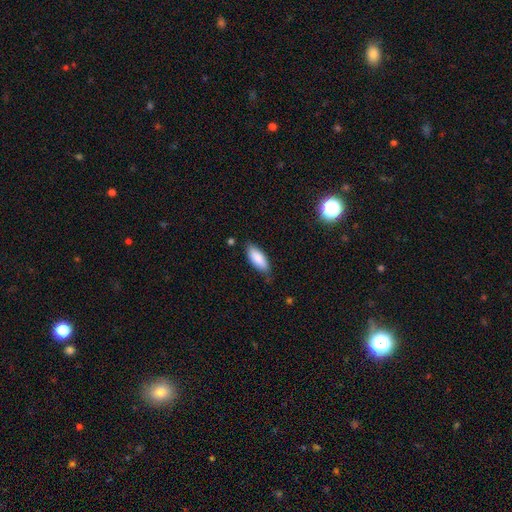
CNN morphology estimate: This is clearly a smooth galaxy (86%). How rounded: likely in between (78%). Merging: likely none (74%).